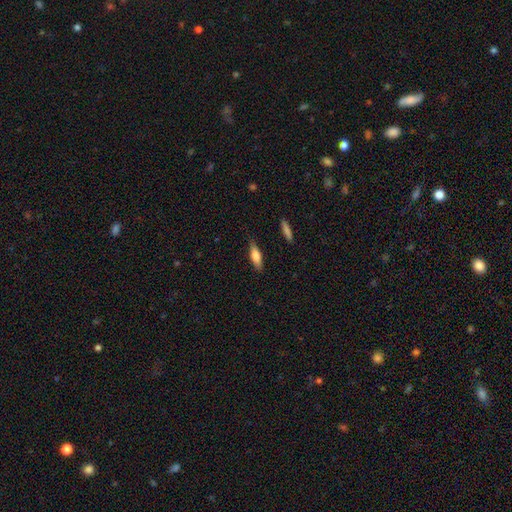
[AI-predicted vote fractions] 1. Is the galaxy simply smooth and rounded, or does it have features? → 68% smooth, 26% featured or disk, 6% star or artifact.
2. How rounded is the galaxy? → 51% cigar-shaped, 47% in between, 3% round.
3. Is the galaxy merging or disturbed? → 83% none, 13% minor disturbance, 3% major disturbance, 2% merger.